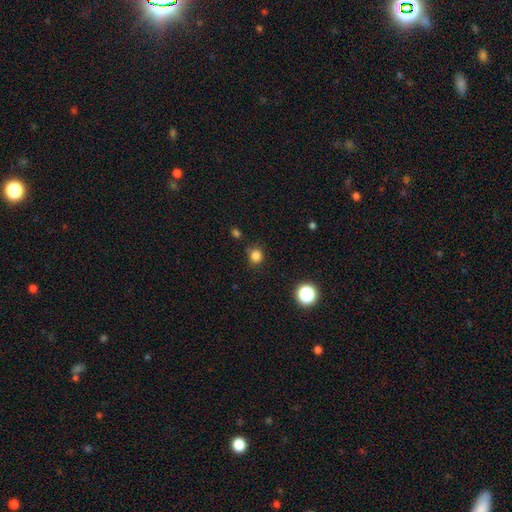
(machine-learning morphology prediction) smooth_or_featured: smooth (p=0.82) [alt: star or artifact p=0.14]
how_rounded: round (p=0.86) [alt: in between p=0.13]
merging: none (p=0.78) [alt: minor disturbance p=0.14]